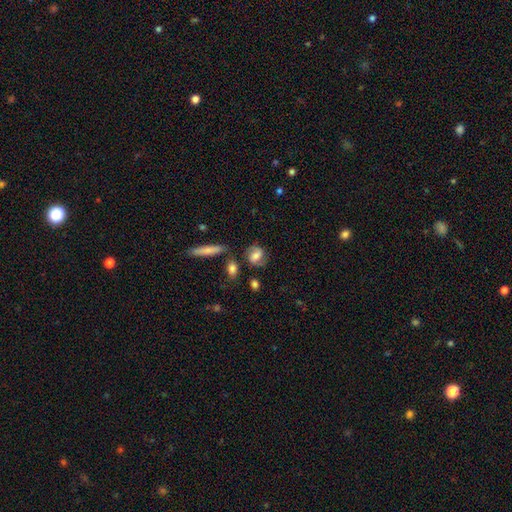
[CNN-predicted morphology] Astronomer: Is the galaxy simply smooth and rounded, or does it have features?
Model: featured or disk — 57% (runner-up: smooth, 35%).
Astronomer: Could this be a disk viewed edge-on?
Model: no — 94%.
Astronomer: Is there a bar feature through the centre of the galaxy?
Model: weak — 44% (runner-up: no, 37%).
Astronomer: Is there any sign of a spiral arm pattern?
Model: yes — 89%.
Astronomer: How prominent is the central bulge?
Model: moderate — 50%.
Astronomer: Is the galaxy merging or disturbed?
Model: none — 73%.